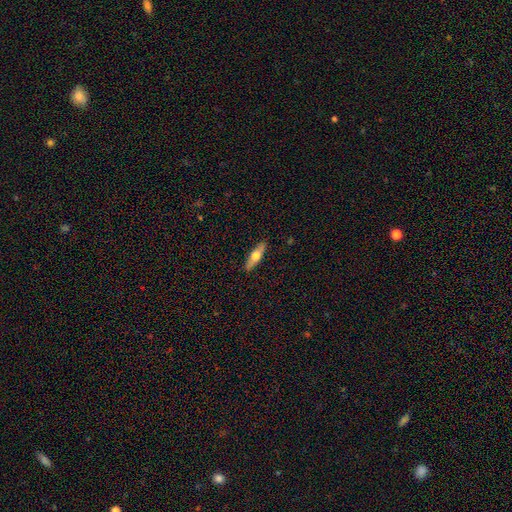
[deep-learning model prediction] Overall: smooth (53%; featured or disk 41%). How rounded: cigar-shaped (58%; in between 39%). Merging: none (90%).